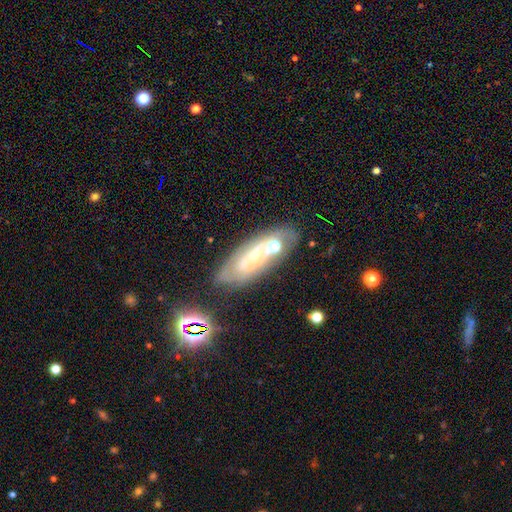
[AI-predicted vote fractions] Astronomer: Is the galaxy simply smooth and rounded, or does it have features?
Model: featured or disk — 61%.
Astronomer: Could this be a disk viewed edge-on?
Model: no — 81%.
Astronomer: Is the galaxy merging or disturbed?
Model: none — 65%.